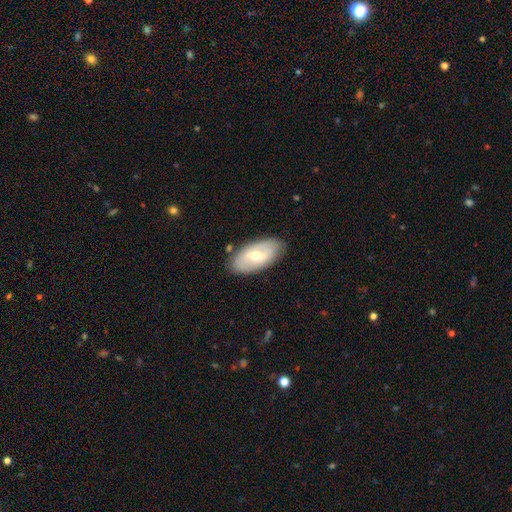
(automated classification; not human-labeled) smooth-or-featured: featured or disk: 48% | smooth: 46% | star or artifact: 6%
  merging: none: 83% | minor disturbance: 13% | major disturbance: 3% | merger: 2%